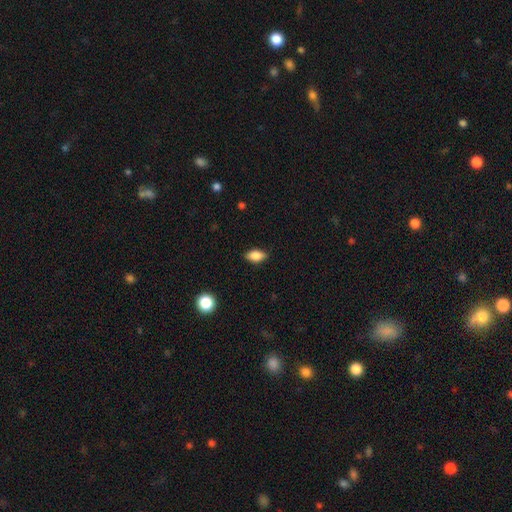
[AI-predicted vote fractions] A smooth galaxy with no disk features (84%) that is in between round and cigar-shaped (89%). Merging: none (86%).